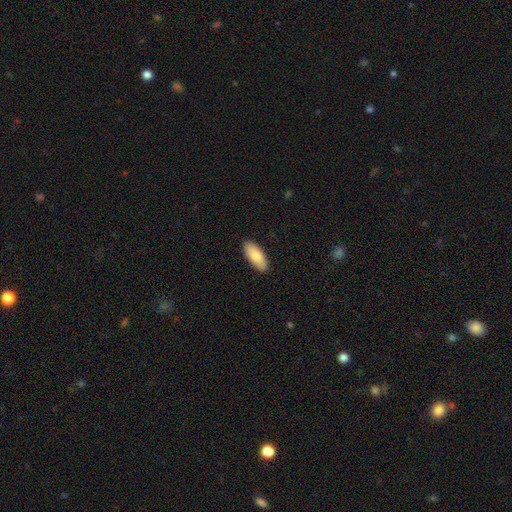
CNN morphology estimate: smooth_or_featured: smooth (p=0.85) [alt: featured or disk p=0.09]
how_rounded: in between (p=0.83) [alt: cigar-shaped p=0.15]
merging: none (p=0.89) [alt: minor disturbance p=0.08]